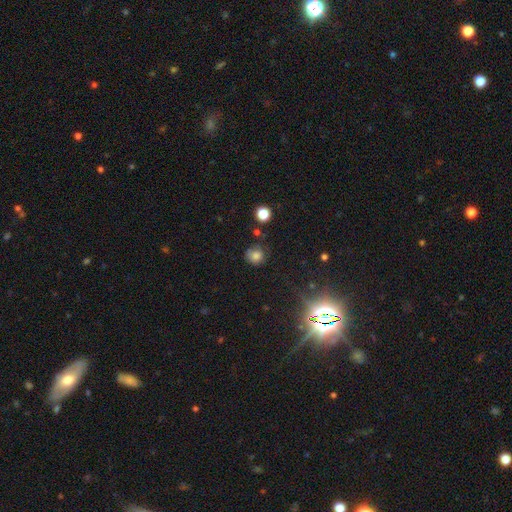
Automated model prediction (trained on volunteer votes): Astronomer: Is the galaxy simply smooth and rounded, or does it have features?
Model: smooth — 75%.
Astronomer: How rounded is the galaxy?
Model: round — 84%.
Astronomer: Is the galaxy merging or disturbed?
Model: none — 69%.